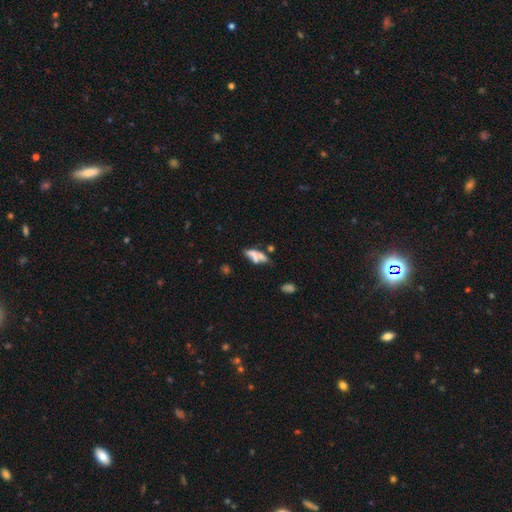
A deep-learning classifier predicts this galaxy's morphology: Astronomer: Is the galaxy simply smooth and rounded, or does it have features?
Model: smooth — 57%.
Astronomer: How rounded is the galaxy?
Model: in between — 56% (runner-up: cigar-shaped, 38%).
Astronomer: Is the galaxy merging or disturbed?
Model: none — 39% (runner-up: merger, 33%).